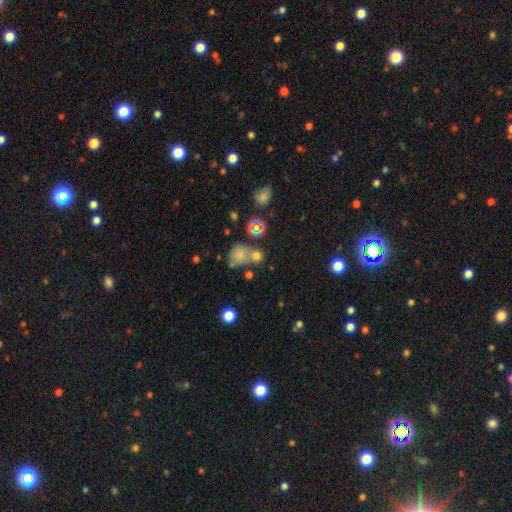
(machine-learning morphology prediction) smooth-or-featured: smooth: 53% | star or artifact: 32% | featured or disk: 16%
  how-rounded: round: 78% | in between: 20% | cigar-shaped: 2%
  merging: none: 52% | merger: 29% | minor disturbance: 12% | major disturbance: 7%